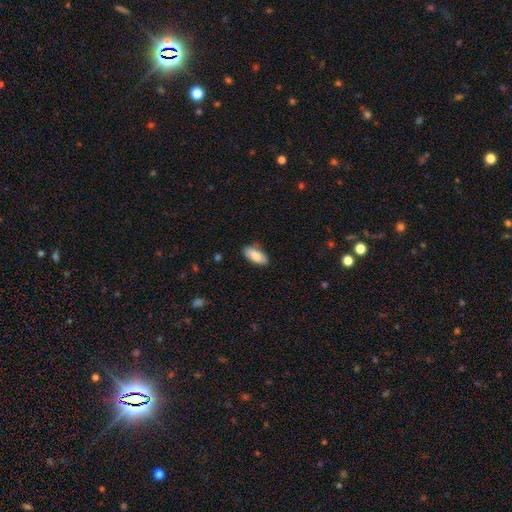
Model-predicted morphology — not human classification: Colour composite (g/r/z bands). It shows a smooth galaxy with no disk features (84%) that is in between round and cigar-shaped (88%). Merging: none (81%).